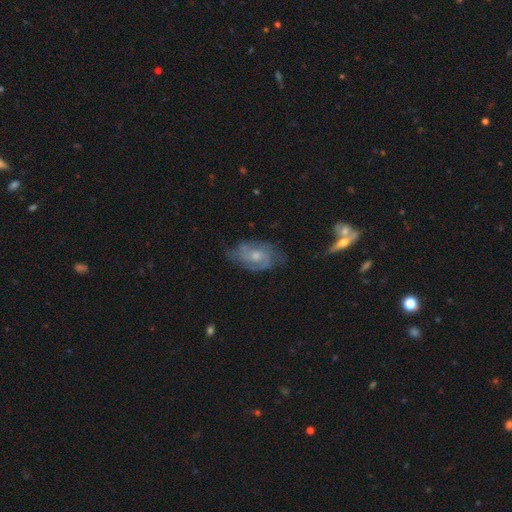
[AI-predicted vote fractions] Smooth or featured? Predicted: featured or disk (p=0.78). Edge-on disk? Predicted: no (p=0.96). Bar? Predicted: no (p=0.69). Spiral arms? Predicted: yes (p=0.90). Spiral winding? Predicted: tight (p=0.45). Spiral arm count? Predicted: 2 (p=0.44). Bulge size? Predicted: moderate (p=0.59). Merging? Predicted: none (p=0.64).